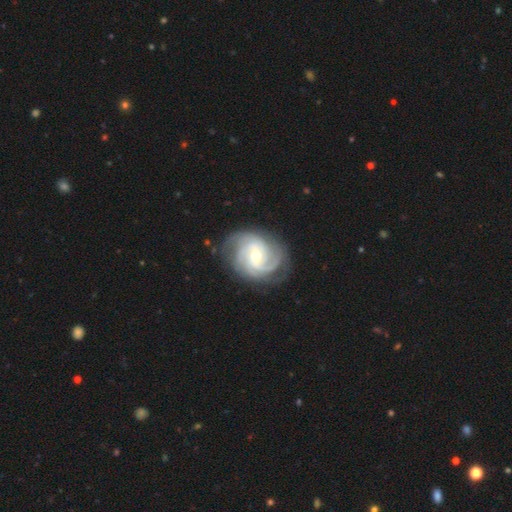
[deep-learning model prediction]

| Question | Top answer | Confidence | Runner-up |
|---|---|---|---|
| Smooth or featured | featured or disk | 90% | smooth (6%) |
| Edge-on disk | no | 98% | yes (2%) |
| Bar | no | 45% | weak (41%) |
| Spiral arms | yes | 98% | no (2%) |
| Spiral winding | tight | 66% | medium (28%) |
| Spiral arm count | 3 | 35% | 2 (19%) |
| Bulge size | moderate | 65% | small (29%) |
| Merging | none | 77% | minor disturbance (16%) |